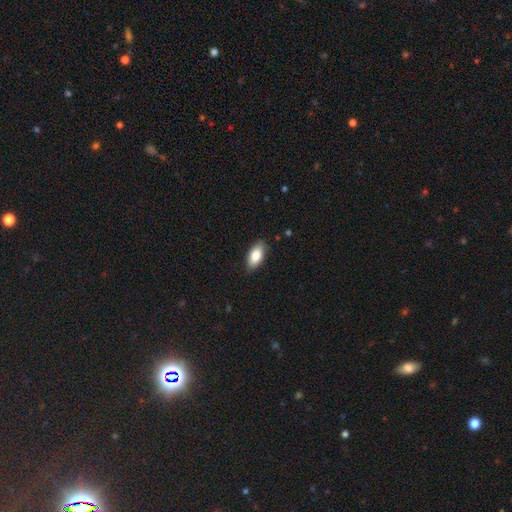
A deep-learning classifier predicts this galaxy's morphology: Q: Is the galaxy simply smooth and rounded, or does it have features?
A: smooth — 84%.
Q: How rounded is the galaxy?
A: in between — 91%.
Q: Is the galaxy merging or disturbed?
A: none — 85%.